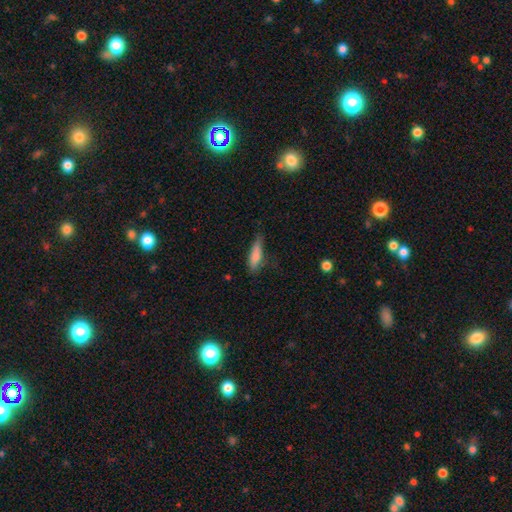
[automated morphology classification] smooth-or-featured: smooth: 79% | featured or disk: 14% | star or artifact: 7%
  how-rounded: cigar-shaped: 59% | in between: 39% | round: 2%
  merging: none: 51% | minor disturbance: 35% | major disturbance: 12% | merger: 3%